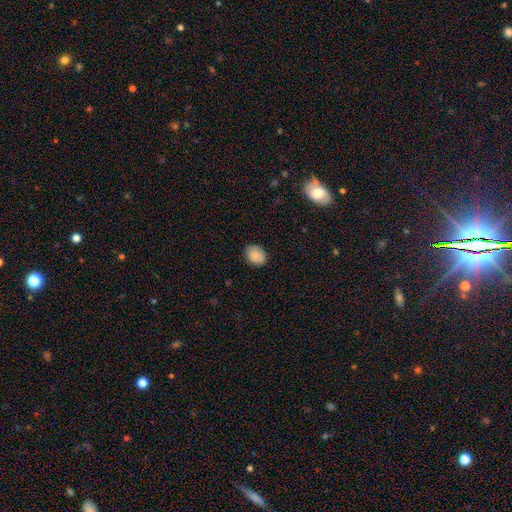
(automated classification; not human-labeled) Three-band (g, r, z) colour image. It shows a smooth galaxy with no disk features (85%) that is in between round and cigar-shaped (56%). Merging: none (79%).